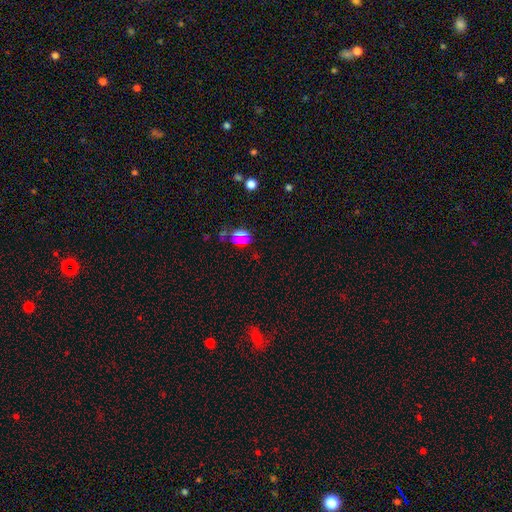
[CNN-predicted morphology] A star or artifact, not a galaxy (66%).

Vote fractions:
- Smooth or featured? star or artifact: 66% / smooth: 26% / featured or disk: 9%